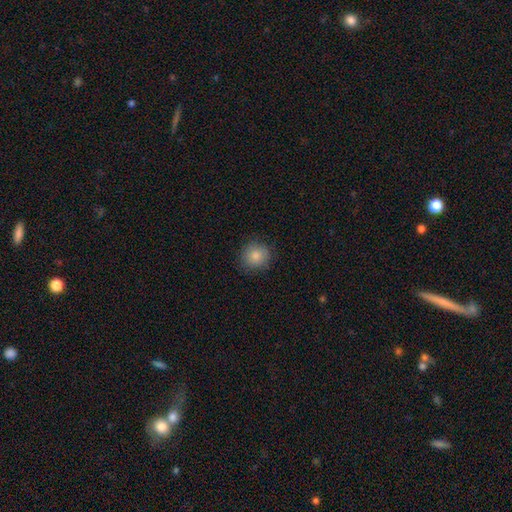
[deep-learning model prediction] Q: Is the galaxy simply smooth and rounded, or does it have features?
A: smooth — 85%.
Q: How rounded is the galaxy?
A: round — 88%.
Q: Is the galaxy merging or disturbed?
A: none — 86%.